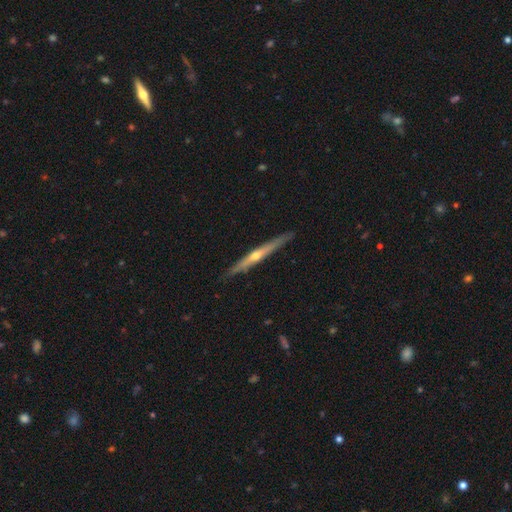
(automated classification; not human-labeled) This appears to be a featured or disk galaxy (74%) viewed edge-on (97%) with a rounded central bulge (79%). Merging: none (89%).